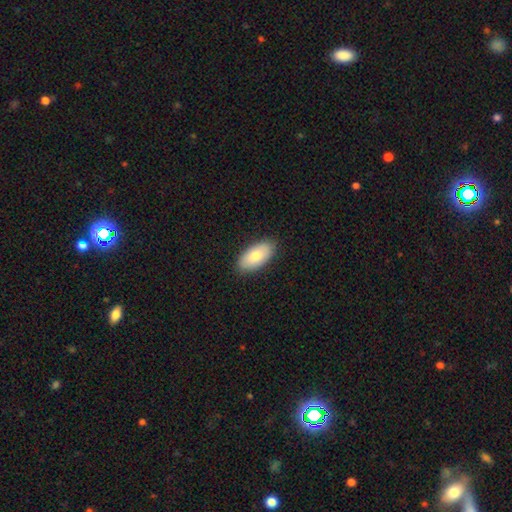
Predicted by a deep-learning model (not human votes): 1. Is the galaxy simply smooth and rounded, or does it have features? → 78% smooth, 16% featured or disk, 6% star or artifact.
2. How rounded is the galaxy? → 94% in between, 4% cigar-shaped, 2% round.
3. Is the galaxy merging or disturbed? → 87% none, 10% minor disturbance, 2% major disturbance, 1% merger.